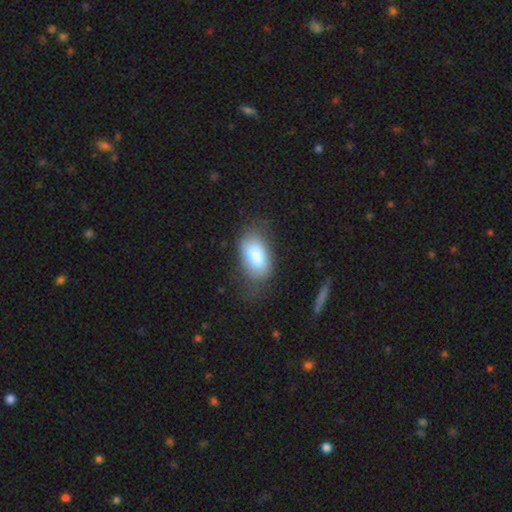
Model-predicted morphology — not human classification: Q: Smooth or featured?
A: smooth (83%); runner-up: featured or disk (10%)
Q: How rounded?
A: in between (92%); runner-up: round (5%)
Q: Merging?
A: none (57%); runner-up: minor disturbance (26%)